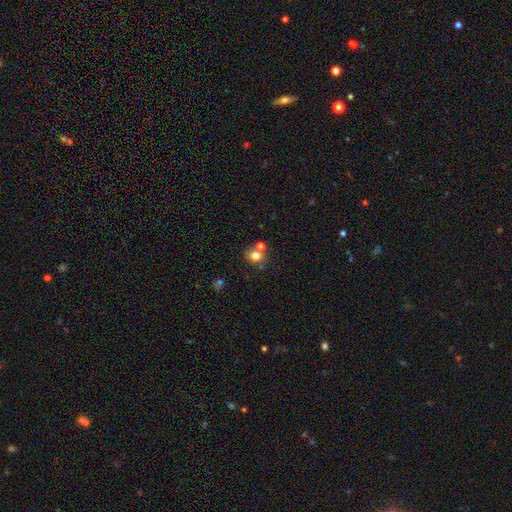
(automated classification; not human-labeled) This is likely a smooth galaxy (77%). How rounded: likely round (69%). Merging: possibly none (55%).